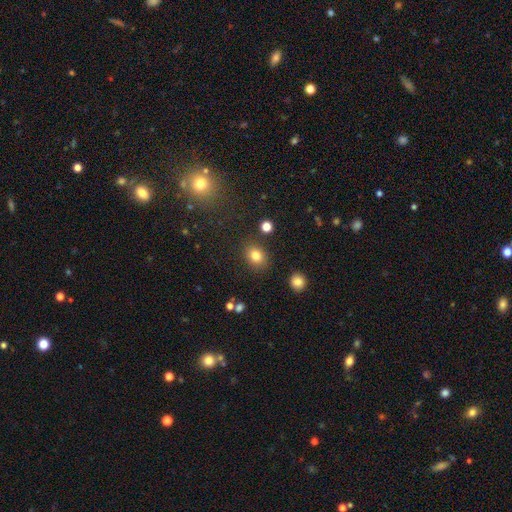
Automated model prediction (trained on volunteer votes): smooth-or-featured: smooth: 81% | star or artifact: 12% | featured or disk: 7%
  how-rounded: round: 52% | in between: 47% | cigar-shaped: 1%
  merging: none: 84% | minor disturbance: 9% | merger: 3% | major disturbance: 3%